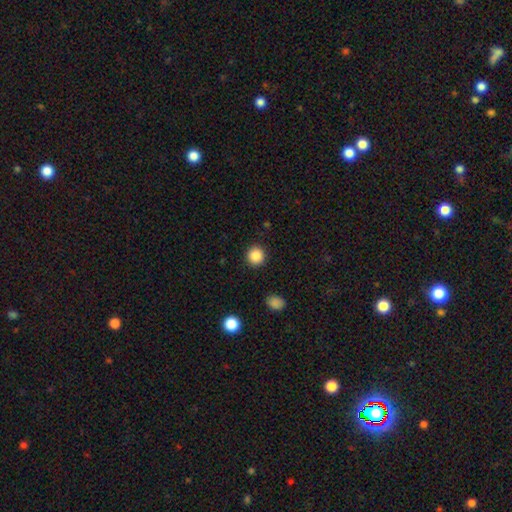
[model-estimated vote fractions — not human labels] Q: Smooth or featured?
A: smooth (87%); runner-up: star or artifact (10%)
Q: How rounded?
A: round (94%); runner-up: in between (5%)
Q: Merging?
A: none (92%); runner-up: minor disturbance (5%)